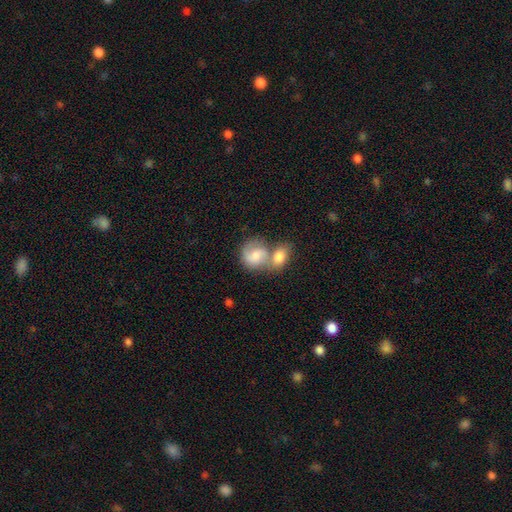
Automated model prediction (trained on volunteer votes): This appears to be a smooth galaxy with no disk features (54%) that is round (56%). Merging: merger (65%).